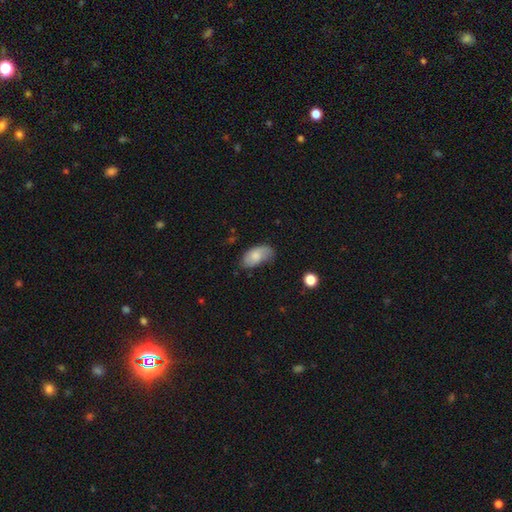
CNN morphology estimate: Smooth or featured? smooth (68%)
How rounded? in between (94%)
Merging? none (55%)